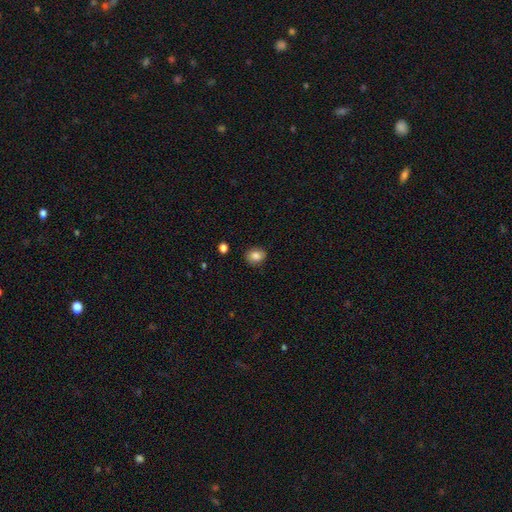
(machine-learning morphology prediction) A smooth galaxy with no disk features (84%) that is round (53%). Merging: none (85%).